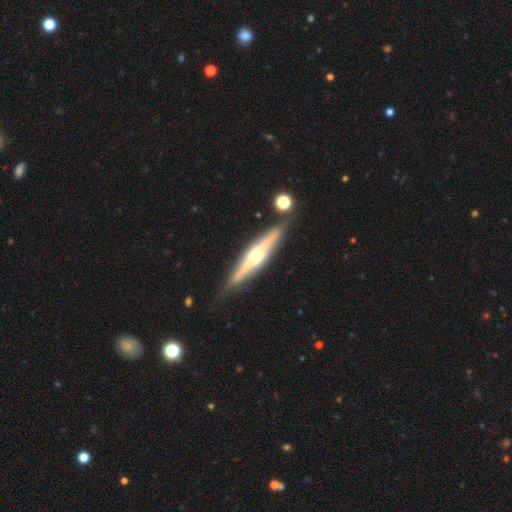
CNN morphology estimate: The model was most divided on "smooth or featured": featured or disk: 72%, smooth: 22%, star or artifact: 6%. More confident: edge-on disk — yes (96%); edge-on bulge — rounded (88%); merging — none (82%).